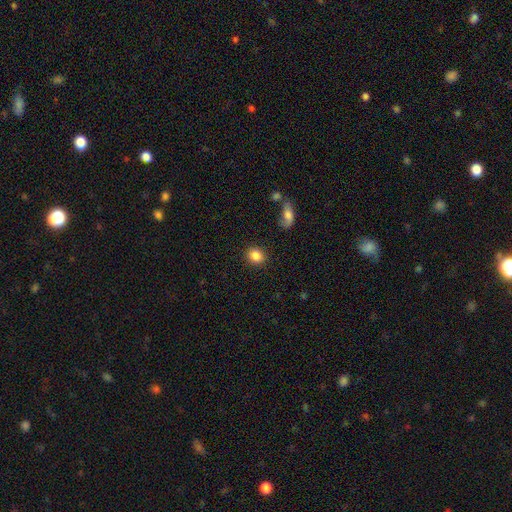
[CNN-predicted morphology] Smooth or featured: smooth — 86% (star or artifact — 9%)
How rounded: round — 73% (in between — 26%)
Merging: none — 89% (minor disturbance — 7%)